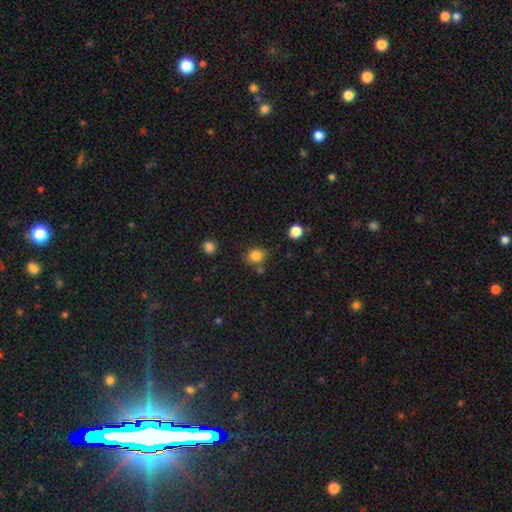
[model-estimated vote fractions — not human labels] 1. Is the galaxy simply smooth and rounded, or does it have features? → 82% smooth, 12% star or artifact, 6% featured or disk.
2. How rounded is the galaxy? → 72% round, 27% in between, 1% cigar-shaped.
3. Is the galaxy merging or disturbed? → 71% none, 16% minor disturbance, 9% merger, 4% major disturbance.